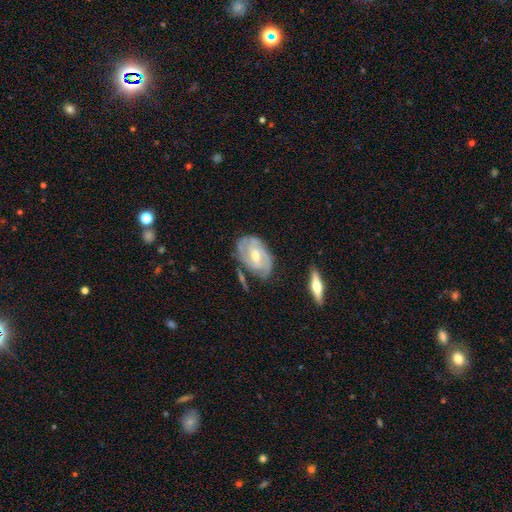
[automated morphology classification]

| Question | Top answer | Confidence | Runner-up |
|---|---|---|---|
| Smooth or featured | featured or disk | 82% | smooth (12%) |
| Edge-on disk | no | 95% | yes (5%) |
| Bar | weak | 46% | no (38%) |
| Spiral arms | yes | 93% | no (7%) |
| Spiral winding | tight | 56% | medium (35%) |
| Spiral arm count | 2 | 49% | can't tell (21%) |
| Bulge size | moderate | 58% | small (38%) |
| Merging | none | 66% | minor disturbance (23%) |